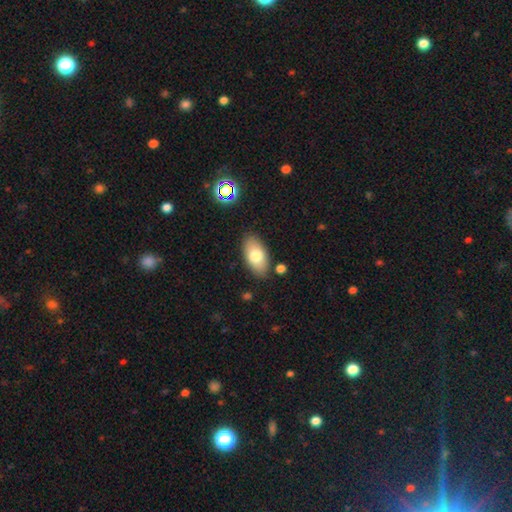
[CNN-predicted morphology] Smooth or featured?
  - smooth: 74% *
  - featured or disk: 18%
  - star or artifact: 8%
How rounded?
  - in between: 93% *
  - round: 4%
  - cigar-shaped: 3%
Merging?
  - none: 85% *
  - minor disturbance: 10%
  - merger: 3%
  - major disturbance: 3%